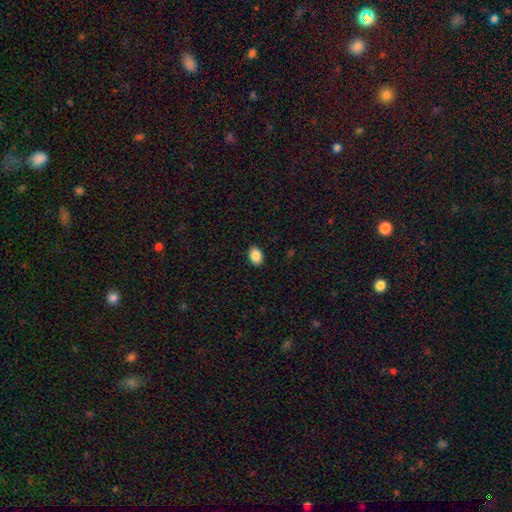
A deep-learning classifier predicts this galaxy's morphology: This is clearly a smooth galaxy (88%). How rounded: clearly in between (81%). Merging: clearly none (90%).